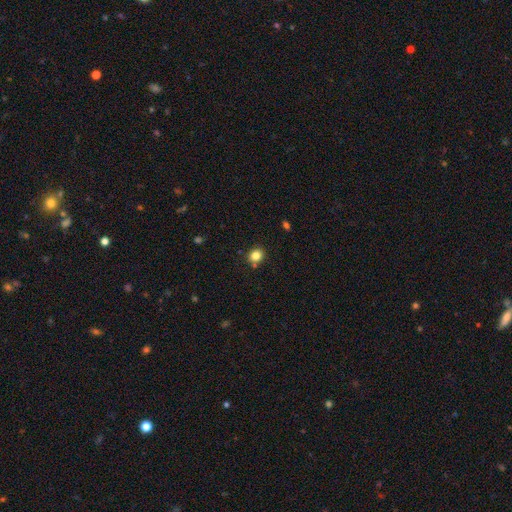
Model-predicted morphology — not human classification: A smooth galaxy with no disk features (83%) that is round (81%).

Vote fractions:
- Smooth or featured? smooth: 83% / star or artifact: 12% / featured or disk: 5%
- How rounded? round: 81% / in between: 18% / cigar-shaped: 1%
- Merging? none: 82% / minor disturbance: 10% / merger: 5% / major disturbance: 2%